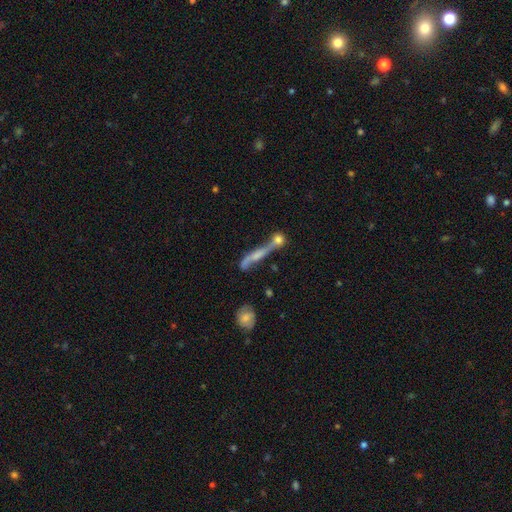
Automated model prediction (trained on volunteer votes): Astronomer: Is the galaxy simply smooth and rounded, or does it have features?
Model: featured or disk — 62%.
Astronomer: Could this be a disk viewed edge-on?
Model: yes — 50%, tied with no at 50%.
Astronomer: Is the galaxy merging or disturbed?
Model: merger — 43% (runner-up: none, 30%).